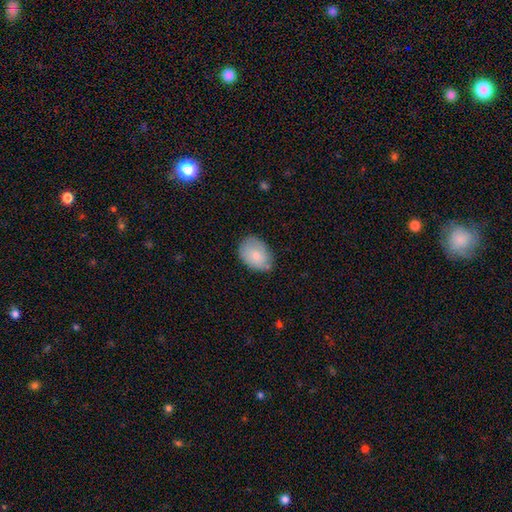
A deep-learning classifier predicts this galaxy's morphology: Smooth or featured? Predicted: smooth (p=0.74). How rounded? Predicted: in between (p=0.81). Merging? Predicted: none (p=0.68).